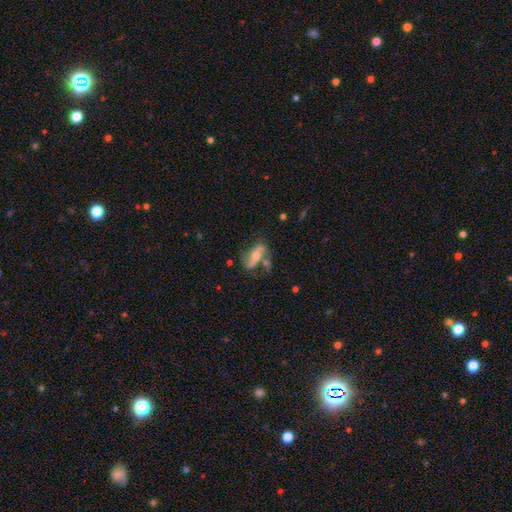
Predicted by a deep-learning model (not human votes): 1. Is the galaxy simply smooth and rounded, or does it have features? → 65% featured or disk, 26% smooth, 9% star or artifact.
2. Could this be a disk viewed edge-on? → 87% no, 13% yes.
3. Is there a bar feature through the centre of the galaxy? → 36% no, 34% strong, 30% weak.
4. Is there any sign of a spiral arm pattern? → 80% yes, 20% no.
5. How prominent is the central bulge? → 55% moderate, 32% small, 7% large, 4% none, 2% dominant.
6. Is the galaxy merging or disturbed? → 52% none, 20% minor disturbance, 16% merger, 12% major disturbance.